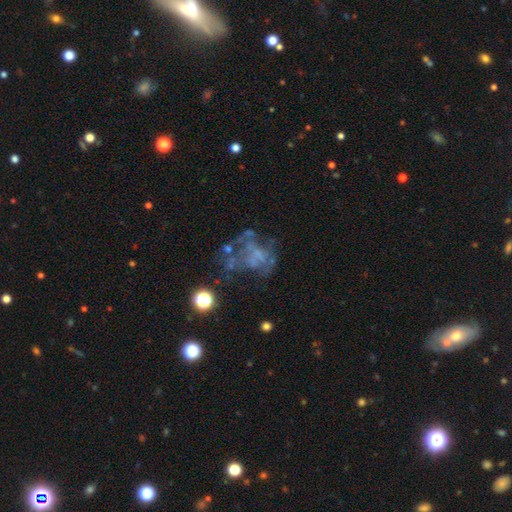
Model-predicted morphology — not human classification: Q: Smooth or featured?
A: featured or disk (58%); runner-up: star or artifact (21%)
Q: Edge-on disk?
A: no (98%); runner-up: yes (2%)
Q: Bar?
A: no (90%); runner-up: weak (7%)
Q: Spiral arms?
A: no (86%); runner-up: yes (14%)
Q: Bulge size?
A: none (77%); runner-up: small (12%)
Q: Merging?
A: none (38%); runner-up: major disturbance (35%)